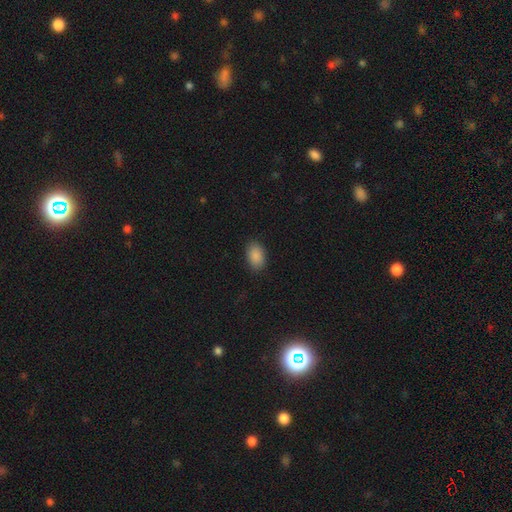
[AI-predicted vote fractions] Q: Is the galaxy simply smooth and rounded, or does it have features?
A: smooth — 89%.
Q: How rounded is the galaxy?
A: in between — 90%.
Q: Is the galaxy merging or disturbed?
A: none — 87%.